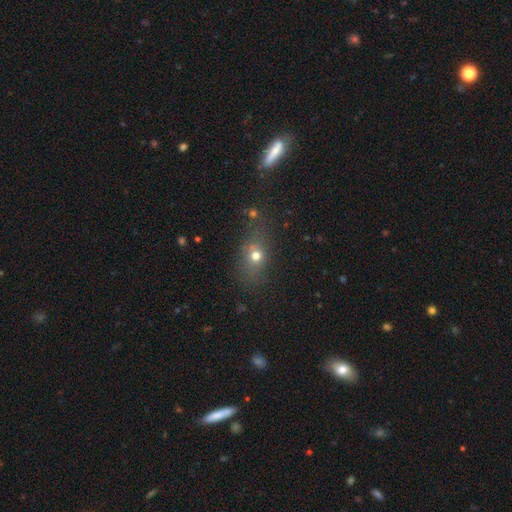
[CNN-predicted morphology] The model was most divided on "how rounded": in between: 53%, round: 41%, cigar-shaped: 6%. More confident: smooth or featured — smooth (65%); merging — none (63%).